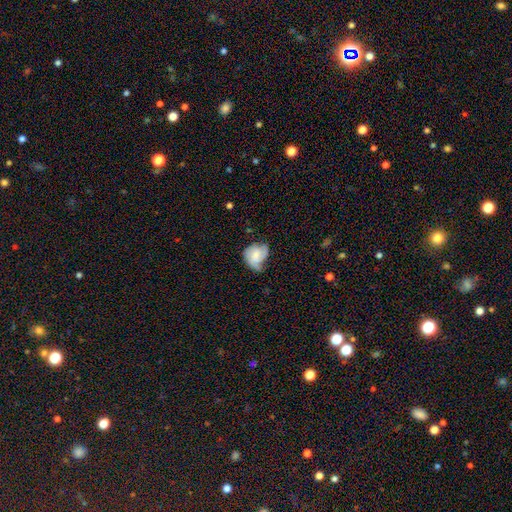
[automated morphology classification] smooth-or-featured: smooth: 48% | featured or disk: 45% | star or artifact: 7%
  merging: minor disturbance: 40% | none: 32% | major disturbance: 23% | merger: 4%